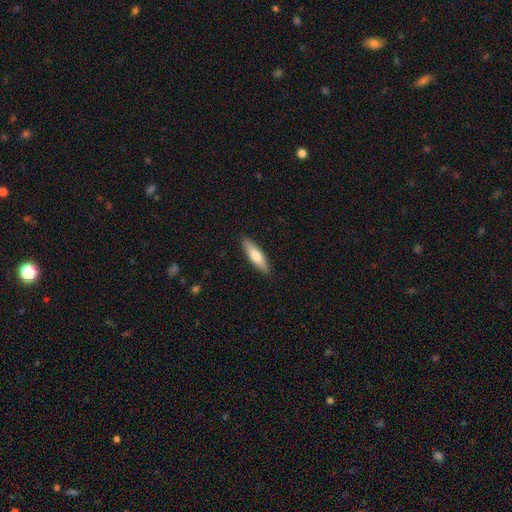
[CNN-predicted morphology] smooth-or-featured: smooth: 68% | featured or disk: 27% | star or artifact: 5%
  how-rounded: cigar-shaped: 66% | in between: 32% | round: 2%
  merging: none: 90% | minor disturbance: 7% | major disturbance: 2% | merger: 1%